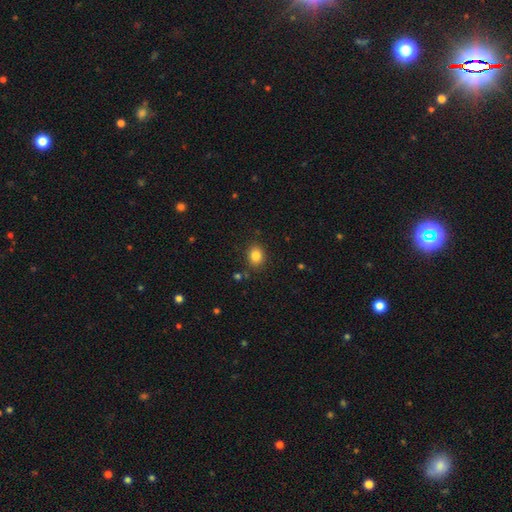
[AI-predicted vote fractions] Smooth or featured? Predicted: smooth (p=0.84). How rounded? Predicted: round (p=0.50). Merging? Predicted: none (p=0.85).